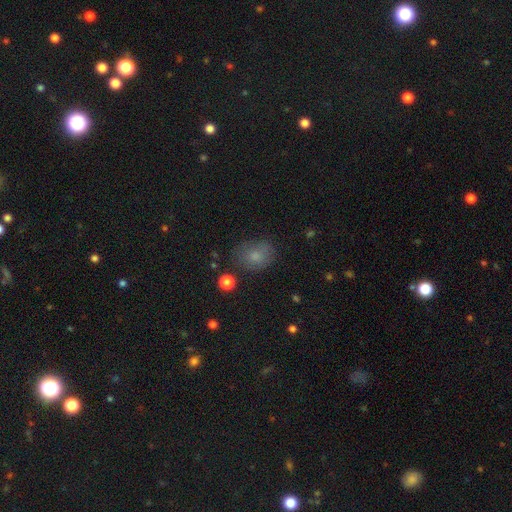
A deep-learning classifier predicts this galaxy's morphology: smooth 78%, featured or disk 11%, star or artifact 11%. Down the decision tree: how rounded — in between (53%); merging — none (68%).